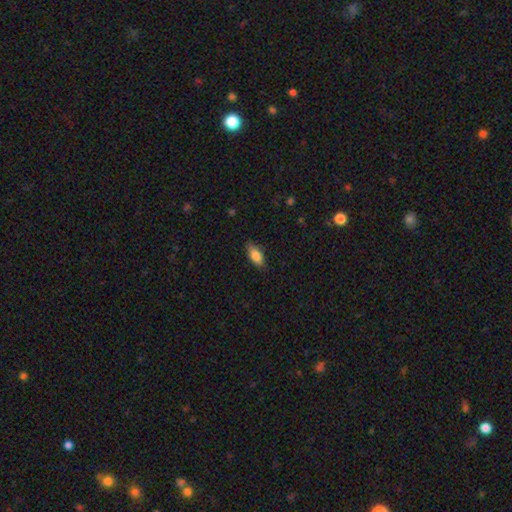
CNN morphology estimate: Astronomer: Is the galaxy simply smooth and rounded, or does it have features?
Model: smooth — 82%.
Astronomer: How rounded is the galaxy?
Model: in between — 84%.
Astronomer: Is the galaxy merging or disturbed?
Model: none — 82%.